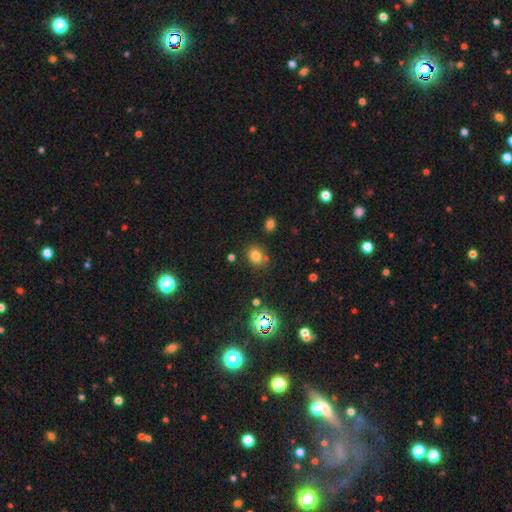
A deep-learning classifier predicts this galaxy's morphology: smooth_or_featured: smooth (p=0.74) [alt: star or artifact p=0.19]
how_rounded: round (p=0.59) [alt: in between p=0.40]
merging: none (p=0.73) [alt: minor disturbance p=0.13]